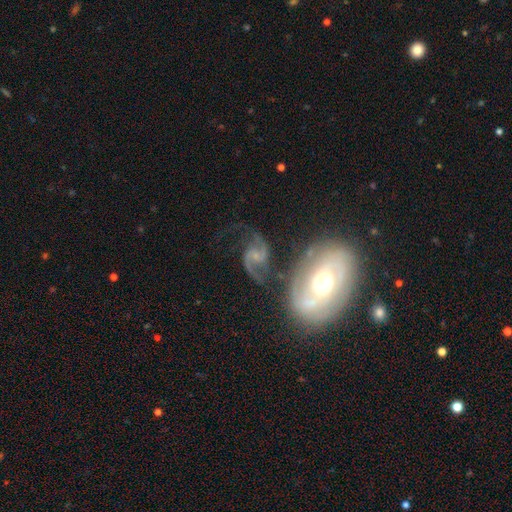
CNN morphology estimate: This is clearly a featured or disk galaxy (88%). It is clearly not viewed edge-on (98%). Bar: marginally weak (45%). Spiral arm pattern: clearly yes (97%). Spiral arm count: clearly 2 (93%). Spiral winding: possibly loose (53%). Central bulge: possibly small (49%). Merging: possibly none (57%).